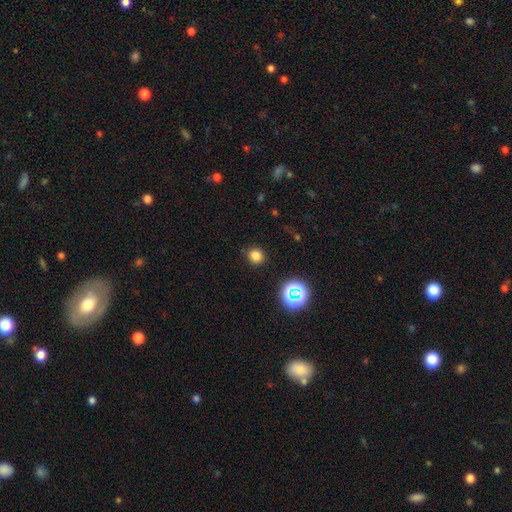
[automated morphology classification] This is likely a smooth galaxy (78%). How rounded: clearly round (90%). Merging: clearly none (87%).